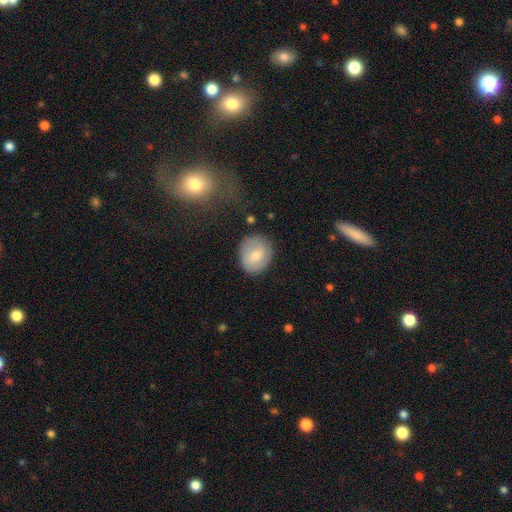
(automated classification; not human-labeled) Morphology: type=smooth (74%); roundness=round (76%); merging=none (81%).